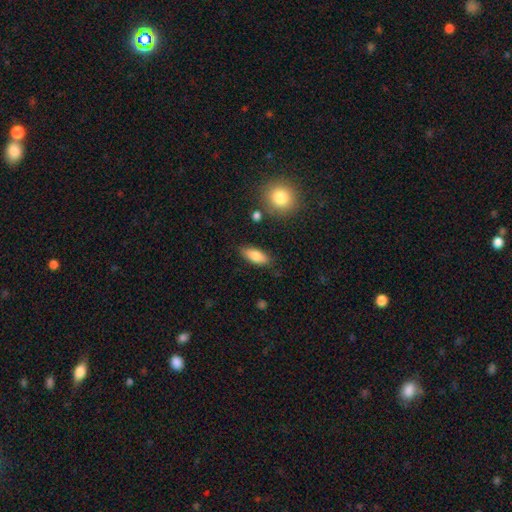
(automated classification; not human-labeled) This appears to be a smooth galaxy with no disk features (79%) that is in between round and cigar-shaped (77%). Merging: none (82%).